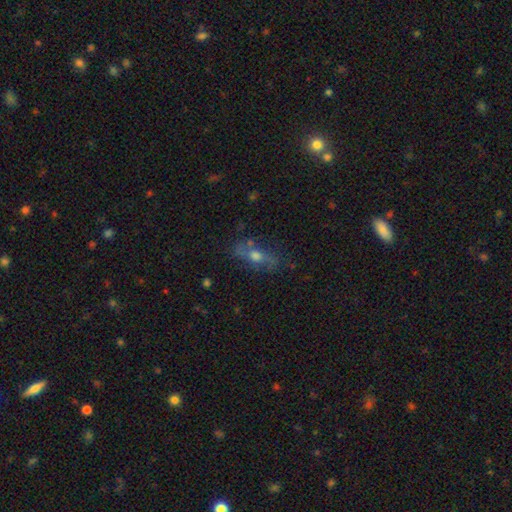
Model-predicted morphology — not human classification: A featured or disk galaxy (47%).

Vote fractions:
- Smooth or featured? featured or disk: 47% / smooth: 41% / star or artifact: 12%
- Merging? none: 67% / minor disturbance: 20% / major disturbance: 8% / merger: 4%